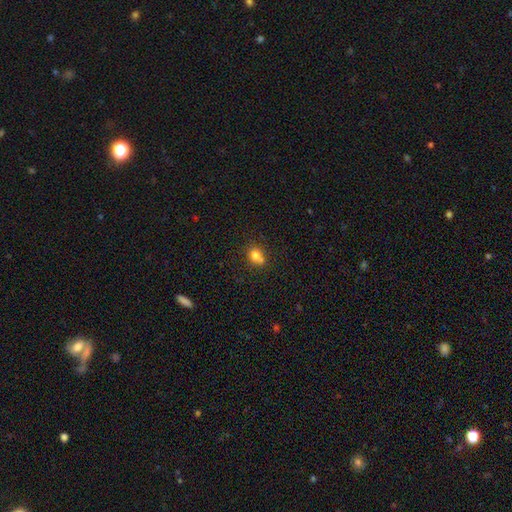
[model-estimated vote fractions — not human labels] Q: Smooth or featured?
A: smooth (77%); runner-up: star or artifact (13%)
Q: How rounded?
A: round (72%); runner-up: in between (27%)
Q: Merging?
A: none (52%); runner-up: merger (32%)